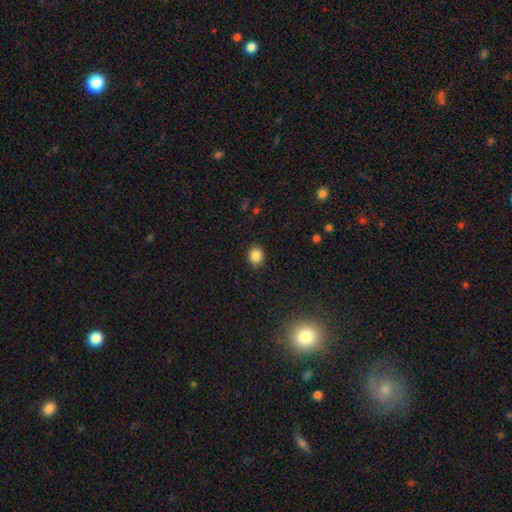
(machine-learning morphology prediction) This appears to be a smooth galaxy with no disk features (86%) that is round (67%). Merging: none (89%).